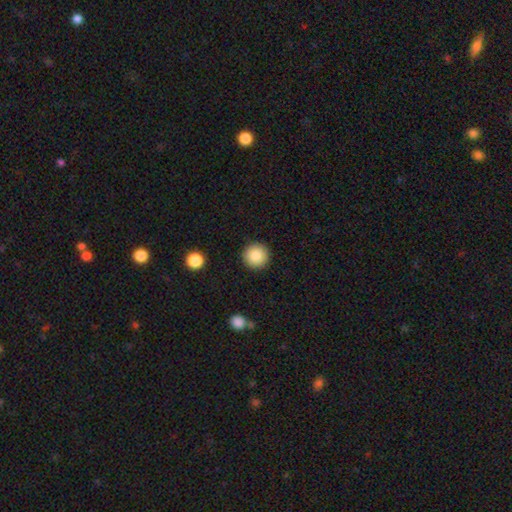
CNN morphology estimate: Smooth or featured? smooth (86%)
How rounded? round (96%)
Merging? none (92%)